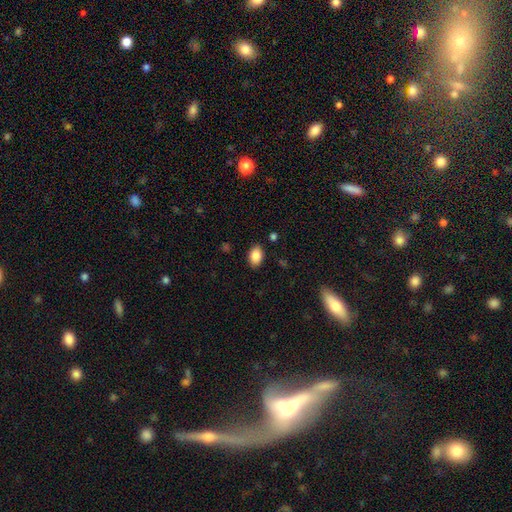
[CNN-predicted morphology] A smooth galaxy with no disk features (87%) that is in between round and cigar-shaped (88%).

Vote fractions:
- Smooth or featured? smooth: 87% / star or artifact: 8% / featured or disk: 5%
- How rounded? in between: 88% / round: 11% / cigar-shaped: 1%
- Merging? none: 86% / minor disturbance: 10% / major disturbance: 2% / merger: 1%